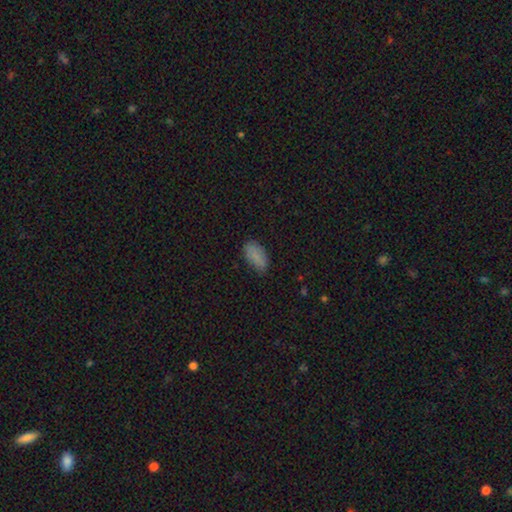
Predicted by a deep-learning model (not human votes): smooth 85%, star or artifact 9%, featured or disk 6%. Down the decision tree: how rounded — in between (92%); merging — none (79%).